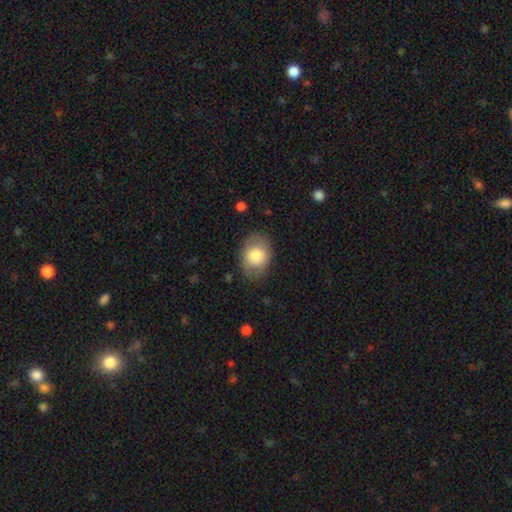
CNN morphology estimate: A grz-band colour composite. It shows a smooth galaxy with no disk features (79%) that is in between round and cigar-shaped (67%). Merging: none (77%).